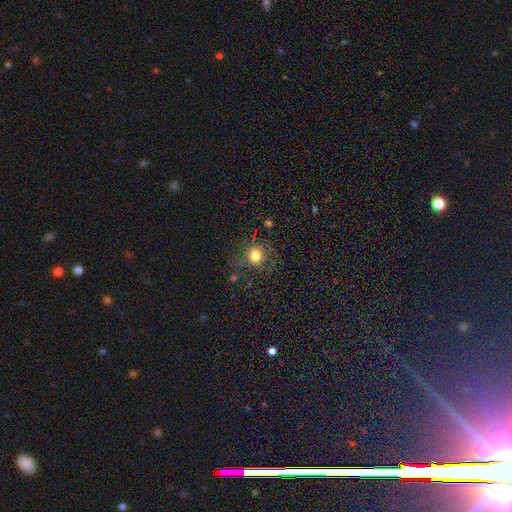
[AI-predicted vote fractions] Smooth or featured? Predicted: smooth (p=0.78). How rounded? Predicted: round (p=0.91). Merging? Predicted: none (p=0.81).